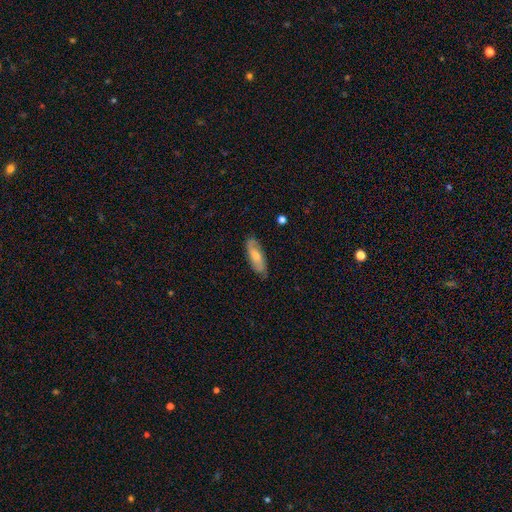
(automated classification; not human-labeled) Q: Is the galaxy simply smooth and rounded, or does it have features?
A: featured or disk — 47%.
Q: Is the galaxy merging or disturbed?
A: none — 83%.